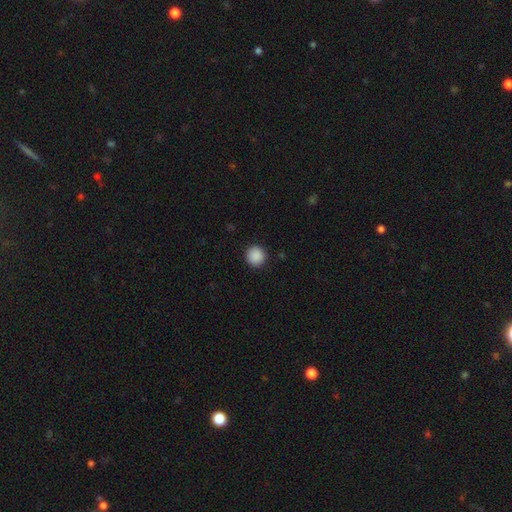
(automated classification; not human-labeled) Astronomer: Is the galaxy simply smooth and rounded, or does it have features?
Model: smooth — 89%.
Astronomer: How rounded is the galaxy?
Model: round — 93%.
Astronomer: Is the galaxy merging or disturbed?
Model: none — 92%.